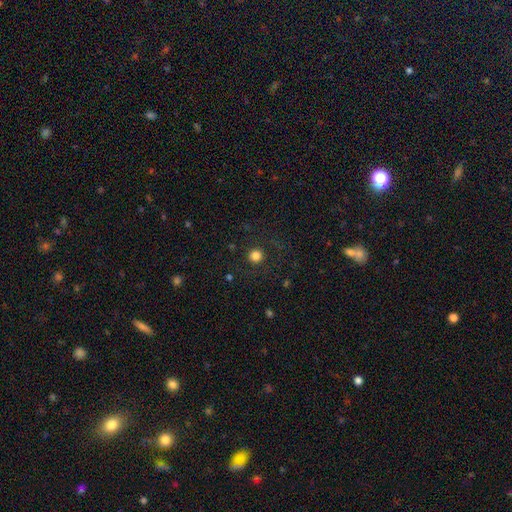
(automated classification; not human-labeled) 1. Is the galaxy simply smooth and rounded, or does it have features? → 81% smooth, 13% star or artifact, 6% featured or disk.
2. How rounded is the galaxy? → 94% round, 5% in between, 1% cigar-shaped.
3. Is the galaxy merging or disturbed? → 88% none, 7% minor disturbance, 4% major disturbance, 1% merger.